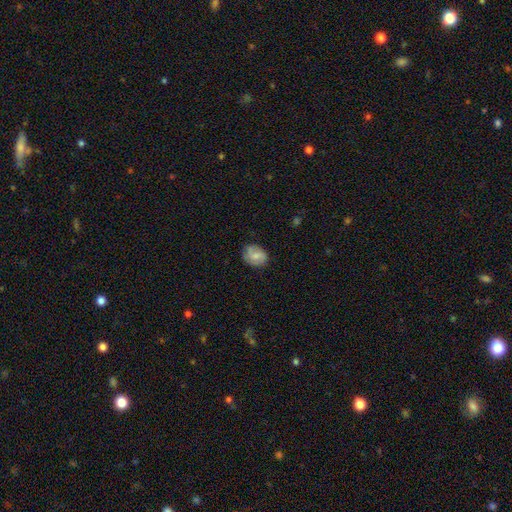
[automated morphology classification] A smooth galaxy with no disk features (63%) that is round (51%).

Vote fractions:
- Smooth or featured? smooth: 63% / featured or disk: 29% / star or artifact: 7%
- How rounded? round: 51% / in between: 48% / cigar-shaped: 1%
- Merging? none: 72% / minor disturbance: 22% / major disturbance: 5% / merger: 1%